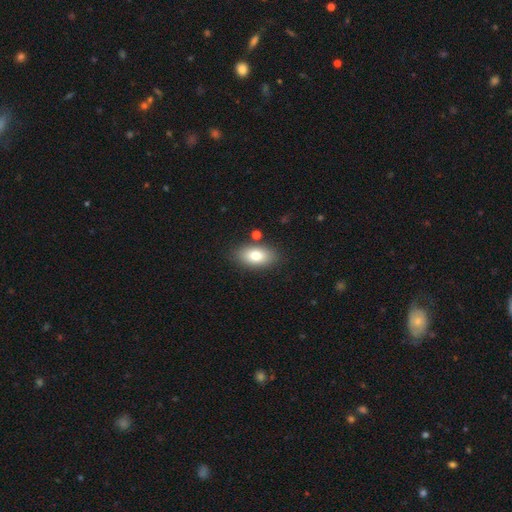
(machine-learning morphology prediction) smooth 77%, featured or disk 15%, star or artifact 8%. Down the decision tree: how rounded — in between (91%); merging — none (82%).